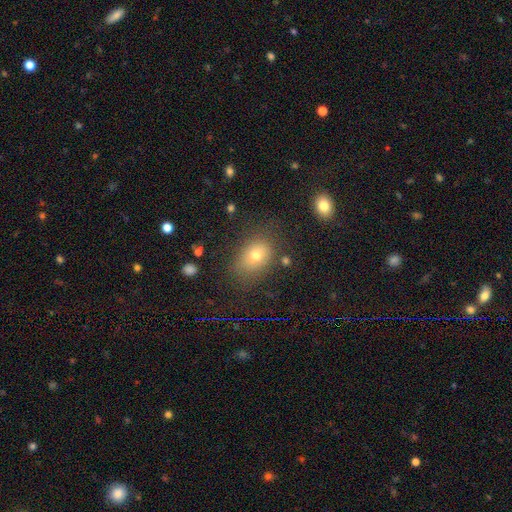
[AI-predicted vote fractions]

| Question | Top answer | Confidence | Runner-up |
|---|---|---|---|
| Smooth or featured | smooth | 72% | star or artifact (15%) |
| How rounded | in between | 68% | round (30%) |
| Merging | none | 72% | minor disturbance (17%) |